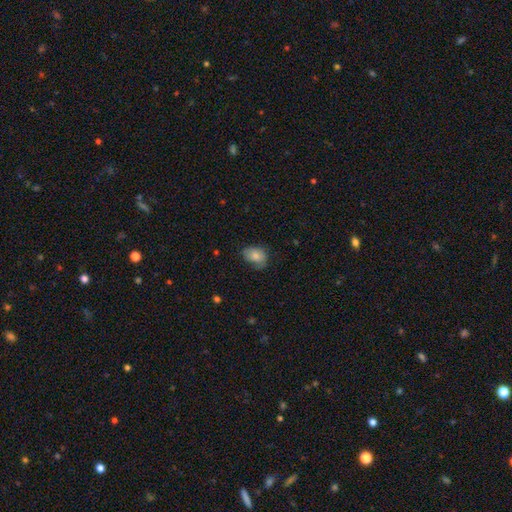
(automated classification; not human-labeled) This appears to be a smooth galaxy with no disk features (80%) that is in between round and cigar-shaped (72%). Merging: none (56%).